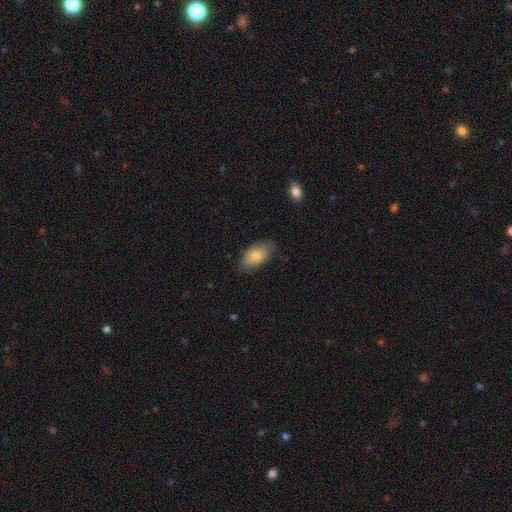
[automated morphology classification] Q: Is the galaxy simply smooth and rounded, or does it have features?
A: smooth — 76%.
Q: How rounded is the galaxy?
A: in between — 93%.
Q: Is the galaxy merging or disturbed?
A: none — 73%.